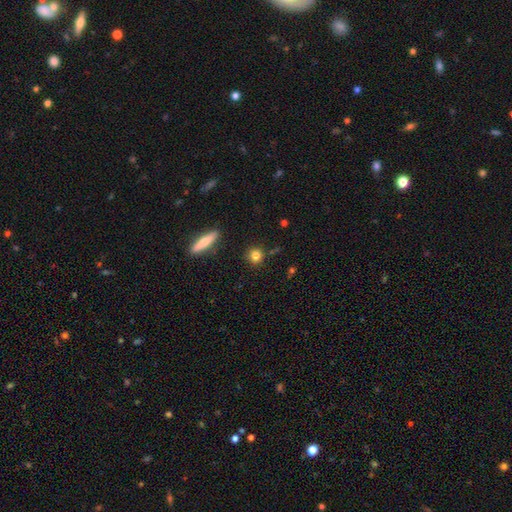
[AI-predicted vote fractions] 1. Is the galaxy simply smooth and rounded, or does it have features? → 81% smooth, 10% star or artifact, 9% featured or disk.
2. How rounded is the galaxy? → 85% round, 12% in between, 3% cigar-shaped.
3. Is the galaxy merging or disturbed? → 87% none, 8% minor disturbance, 3% merger, 2% major disturbance.